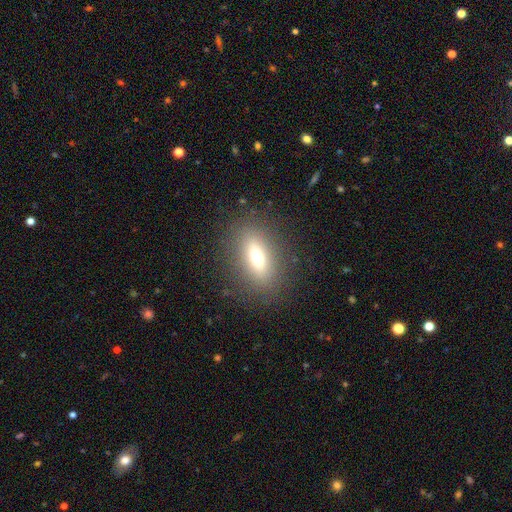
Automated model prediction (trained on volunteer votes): smooth_or_featured: smooth (p=0.61) [alt: featured or disk p=0.28]
how_rounded: in between (p=0.65) [alt: cigar-shaped p=0.27]
merging: none (p=0.86) [alt: minor disturbance p=0.09]